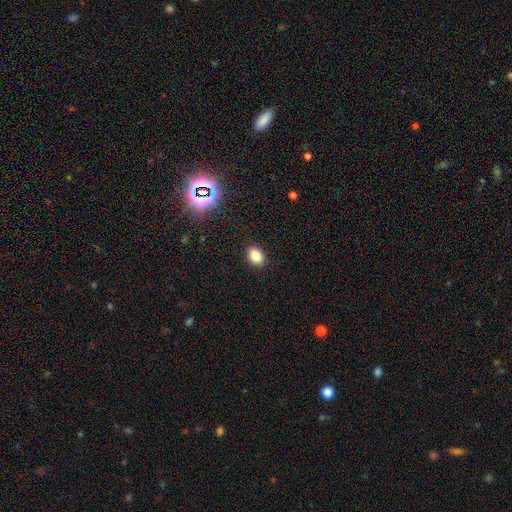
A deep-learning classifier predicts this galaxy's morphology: Smooth or featured? smooth (84%)
How rounded? in between (78%)
Merging? none (89%)